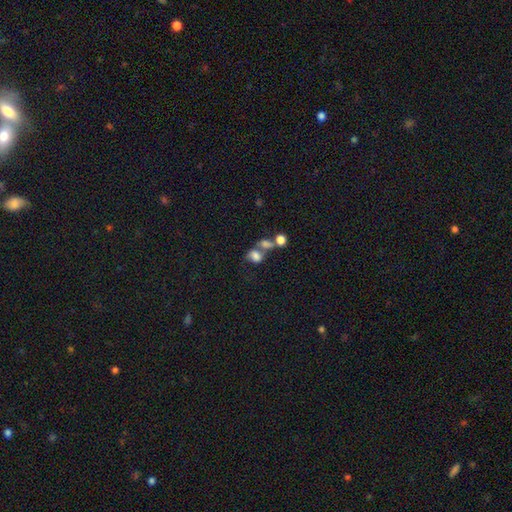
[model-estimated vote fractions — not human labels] Smooth or featured? smooth (68%)
How rounded? in between (65%)
Merging? merger (52%)